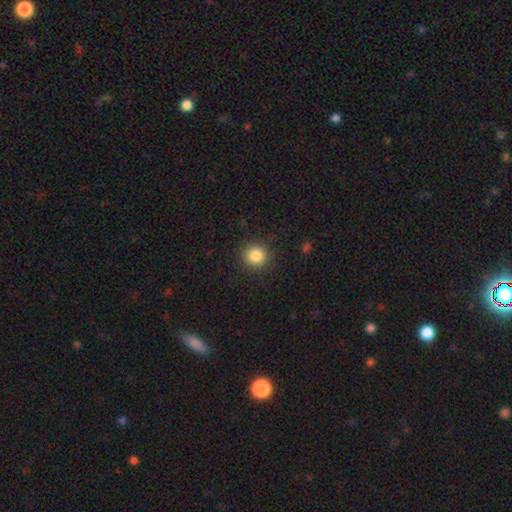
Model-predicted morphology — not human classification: A smooth galaxy with no disk features (86%) that is round (91%).

Vote fractions:
- Smooth or featured? smooth: 86% / star or artifact: 10% / featured or disk: 4%
- How rounded? round: 91% / in between: 8% / cigar-shaped: 1%
- Merging? none: 89% / minor disturbance: 7% / major disturbance: 2% / merger: 1%